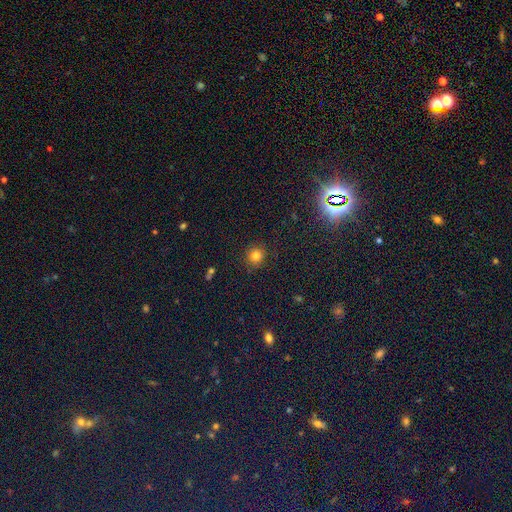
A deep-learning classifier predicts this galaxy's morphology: Smooth or featured? Predicted: smooth (p=0.80). How rounded? Predicted: round (p=0.88). Merging? Predicted: none (p=0.88).